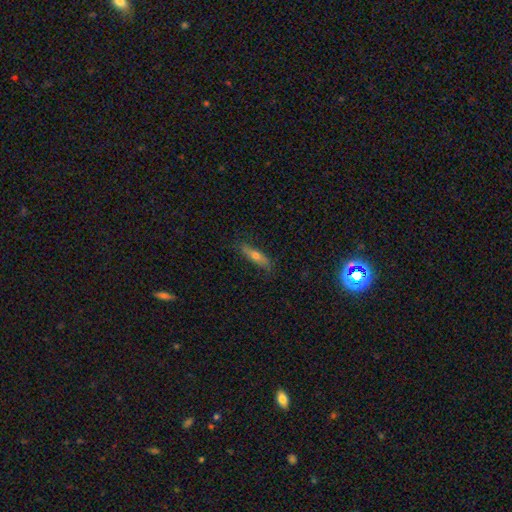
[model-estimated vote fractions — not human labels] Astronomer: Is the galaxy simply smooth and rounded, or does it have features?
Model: smooth — 55% (runner-up: featured or disk, 38%).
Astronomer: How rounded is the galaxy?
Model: cigar-shaped — 71%.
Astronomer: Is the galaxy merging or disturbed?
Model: none — 79%.